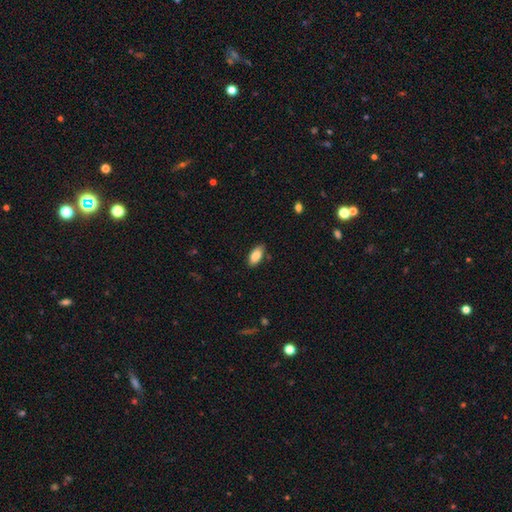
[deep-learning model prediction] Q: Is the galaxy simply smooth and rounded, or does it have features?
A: smooth — 86%.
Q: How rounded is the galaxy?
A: in between — 91%.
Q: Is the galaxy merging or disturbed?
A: none — 82%.